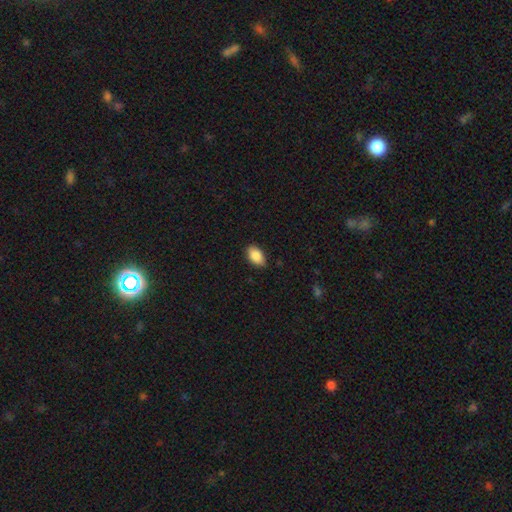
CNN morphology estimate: Smooth or featured: smooth — 88% (star or artifact — 7%)
How rounded: in between — 92% (round — 6%)
Merging: none — 86% (minor disturbance — 11%)